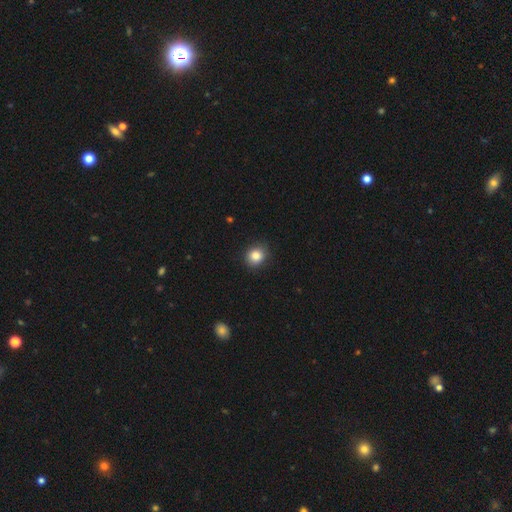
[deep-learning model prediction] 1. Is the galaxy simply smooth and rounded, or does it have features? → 85% smooth, 10% star or artifact, 5% featured or disk.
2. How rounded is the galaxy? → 81% round, 18% in between, 1% cigar-shaped.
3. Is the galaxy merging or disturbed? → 88% none, 9% minor disturbance, 2% major disturbance, 1% merger.